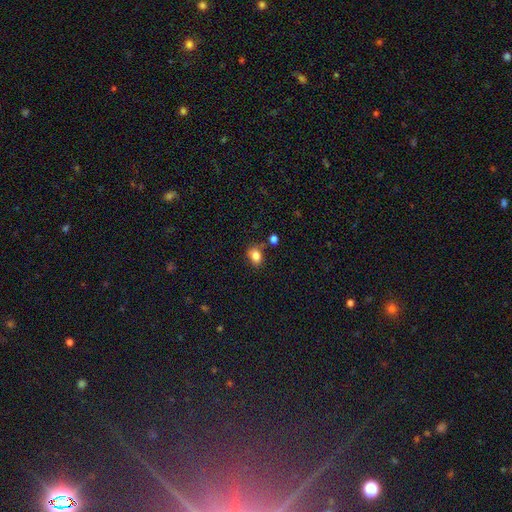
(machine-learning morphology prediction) Smooth or featured? smooth (83%)
How rounded? in between (66%)
Merging? none (73%)